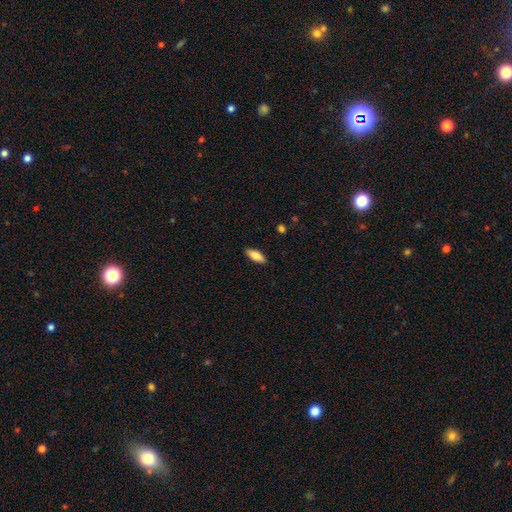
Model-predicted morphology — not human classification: smooth_or_featured: smooth (p=0.81) [alt: featured or disk p=0.12]
how_rounded: in between (p=0.78) [alt: cigar-shaped p=0.20]
merging: none (p=0.89) [alt: minor disturbance p=0.08]